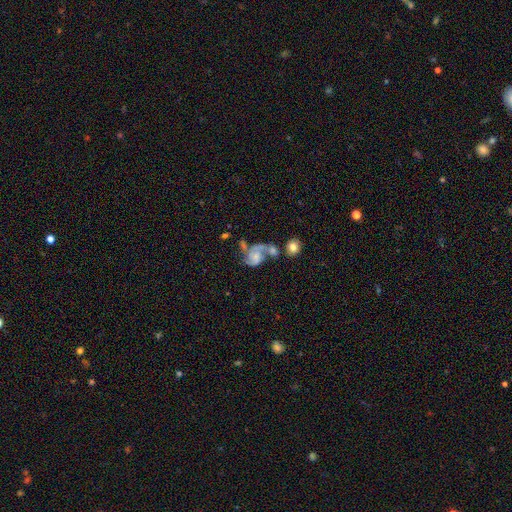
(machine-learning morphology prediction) Q: Smooth or featured?
A: featured or disk (72%); runner-up: smooth (19%)
Q: Edge-on disk?
A: no (98%); runner-up: yes (2%)
Q: Bar?
A: no (67%); runner-up: weak (27%)
Q: Spiral arms?
A: yes (86%); runner-up: no (14%)
Q: Spiral winding?
A: medium (46%); runner-up: loose (33%)
Q: Spiral arm count?
A: 2 (73%); runner-up: 1 (10%)
Q: Bulge size?
A: small (40%); runner-up: moderate (30%)
Q: Merging?
A: merger (39%); runner-up: major disturbance (24%)